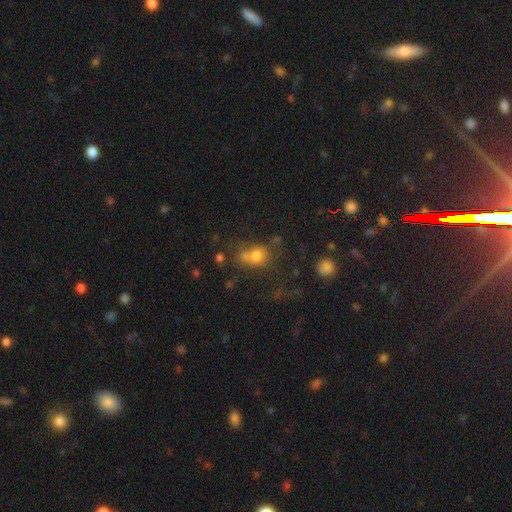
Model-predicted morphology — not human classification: Smooth or featured? smooth (70%)
How rounded? round (69%)
Merging? none (43%)